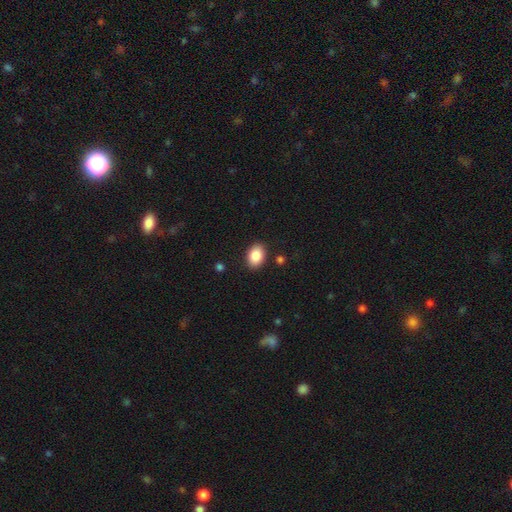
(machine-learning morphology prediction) Smooth or featured? smooth (87%)
How rounded? in between (81%)
Merging? none (88%)